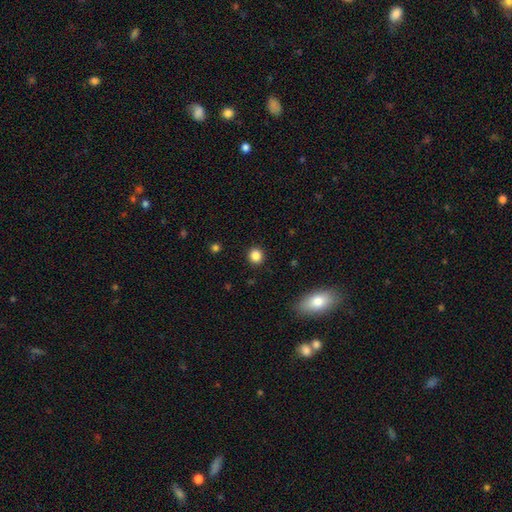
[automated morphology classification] Smooth or featured? smooth (85%)
How rounded? round (90%)
Merging? none (91%)